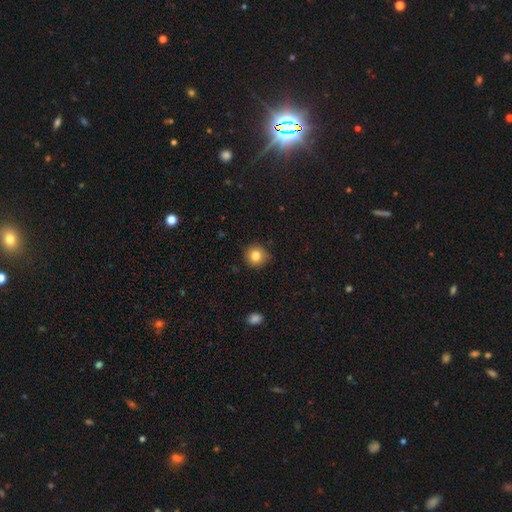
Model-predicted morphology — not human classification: Smooth or featured?
  - smooth: 82% *
  - star or artifact: 11%
  - featured or disk: 7%
How rounded?
  - round: 93% *
  - in between: 6%
  - cigar-shaped: 1%
Merging?
  - none: 86% *
  - minor disturbance: 11%
  - major disturbance: 2%
  - merger: 1%